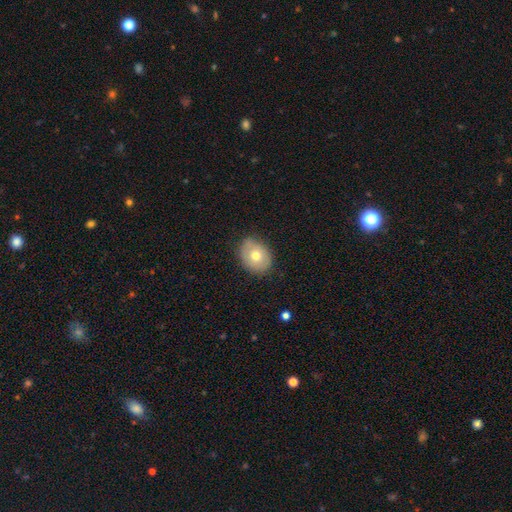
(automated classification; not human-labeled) Morphology: type=smooth (66%); roundness=round (53%); merging=none (79%).